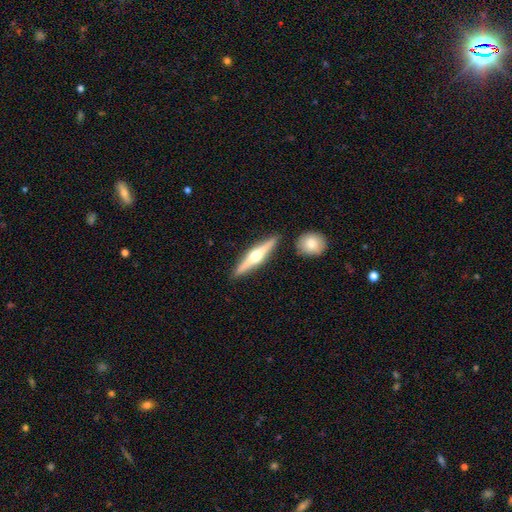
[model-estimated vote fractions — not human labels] The model was most divided on "smooth or featured": featured or disk: 71%, smooth: 24%, star or artifact: 5%. More confident: edge-on disk — yes (97%); edge-on bulge — rounded (94%); merging — none (87%).